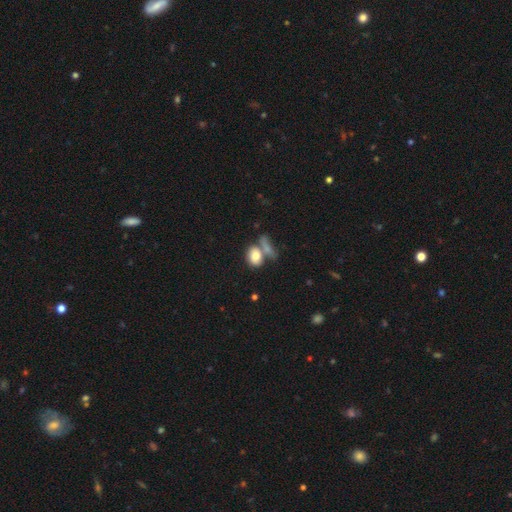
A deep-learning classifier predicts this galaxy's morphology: Smooth or featured: smooth — 78% (featured or disk — 14%)
How rounded: in between — 68% (round — 29%)
Merging: merger — 42% (none — 37%)